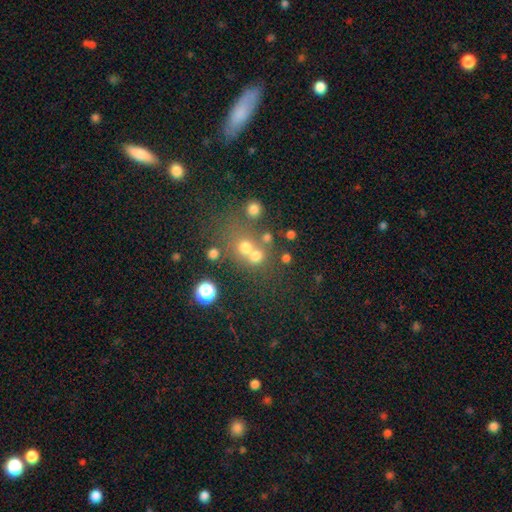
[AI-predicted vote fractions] smooth 66%, star or artifact 21%, featured or disk 13%. Down the decision tree: how rounded — round (84%); merging — none (47%).